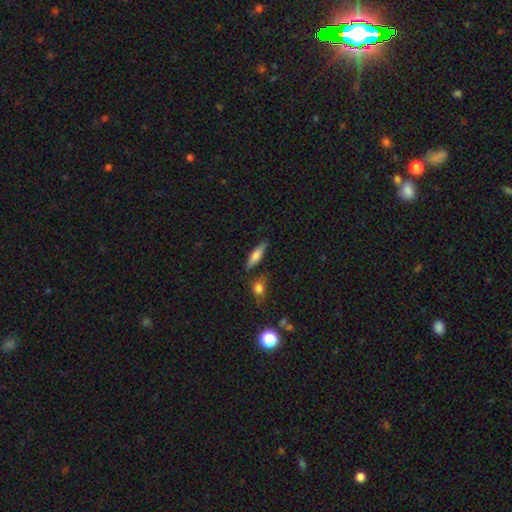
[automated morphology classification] Smooth or featured? Predicted: smooth (p=0.63). How rounded? Predicted: cigar-shaped (p=0.68). Merging? Predicted: none (p=0.80).